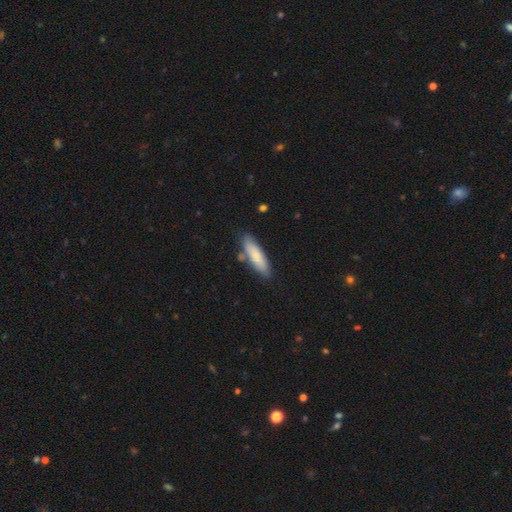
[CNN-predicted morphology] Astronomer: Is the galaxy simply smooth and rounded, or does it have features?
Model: smooth — 77%.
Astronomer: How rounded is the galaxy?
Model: cigar-shaped — 57% (runner-up: in between, 41%).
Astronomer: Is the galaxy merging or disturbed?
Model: none — 77%.